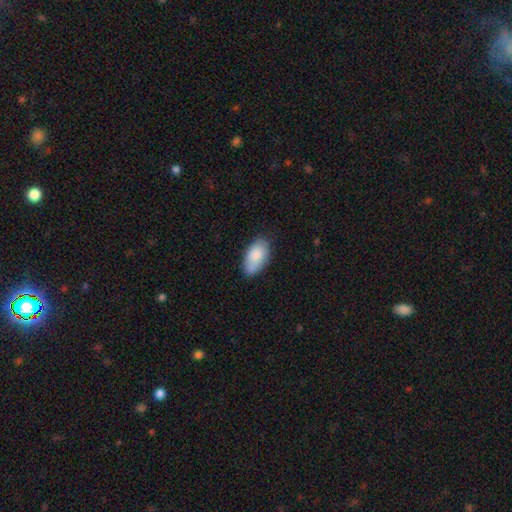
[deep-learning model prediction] This appears to be a smooth galaxy with no disk features (83%) that is in between round and cigar-shaped (94%). Merging: none (70%).